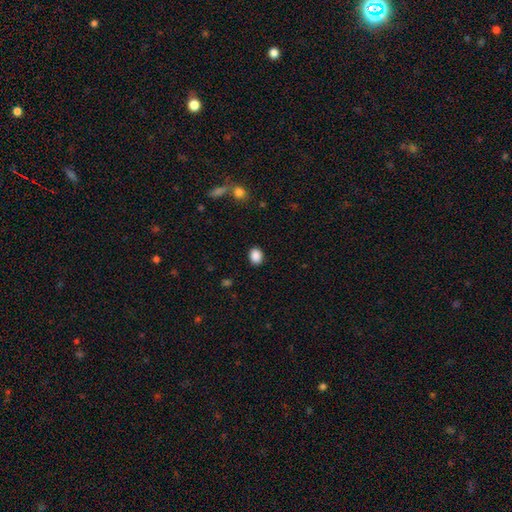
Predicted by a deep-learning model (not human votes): This is clearly a smooth galaxy (89%). How rounded: possibly in between (54%). Merging: clearly none (89%).